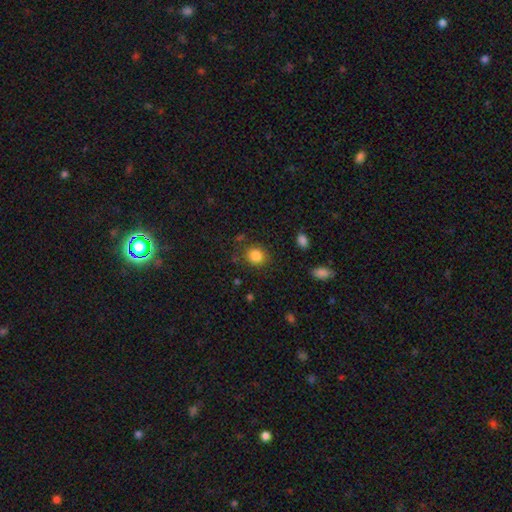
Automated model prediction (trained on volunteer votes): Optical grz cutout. It shows a smooth galaxy with no disk features (84%) that is round (76%). Merging: none (83%).